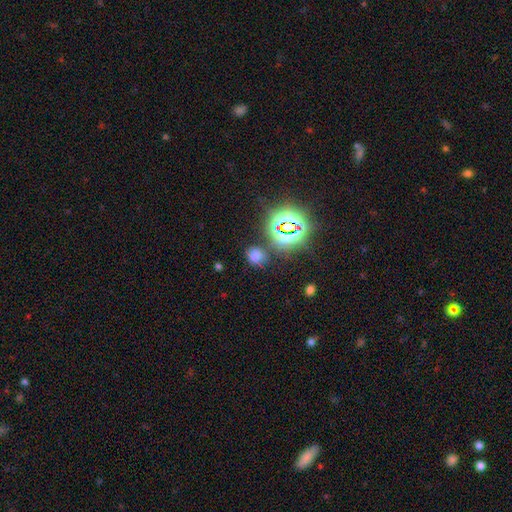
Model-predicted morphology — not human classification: Smooth or featured? Predicted: smooth (p=0.58). How rounded? Predicted: round (p=0.68). Merging? Predicted: none (p=0.73).